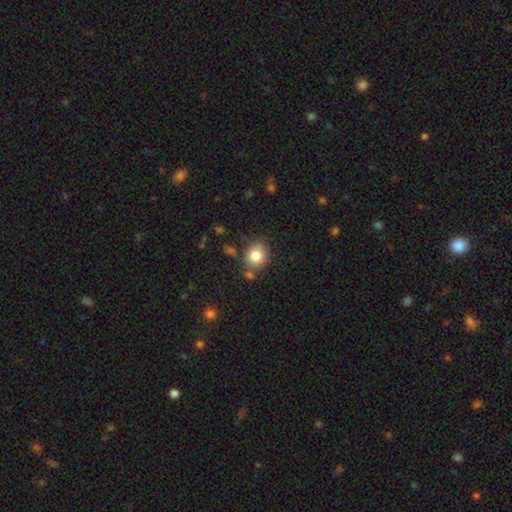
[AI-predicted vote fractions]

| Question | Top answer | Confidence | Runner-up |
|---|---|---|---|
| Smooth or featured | smooth | 83% | star or artifact (9%) |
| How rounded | round | 69% | in between (30%) |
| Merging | none | 72% | minor disturbance (14%) |